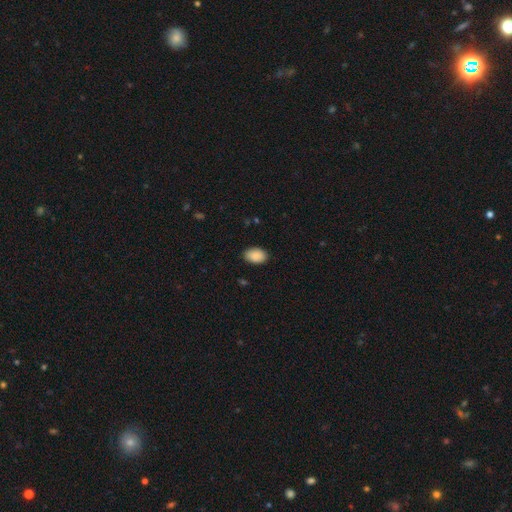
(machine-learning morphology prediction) smooth_or_featured: smooth (p=0.90) [alt: star or artifact p=0.07]
how_rounded: in between (p=0.88) [alt: round p=0.11]
merging: none (p=0.88) [alt: minor disturbance p=0.09]